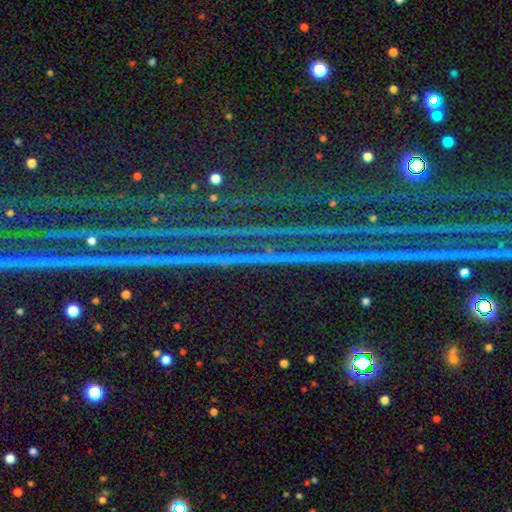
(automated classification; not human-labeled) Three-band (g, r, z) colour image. It shows a star or artifact, not a galaxy (88%).